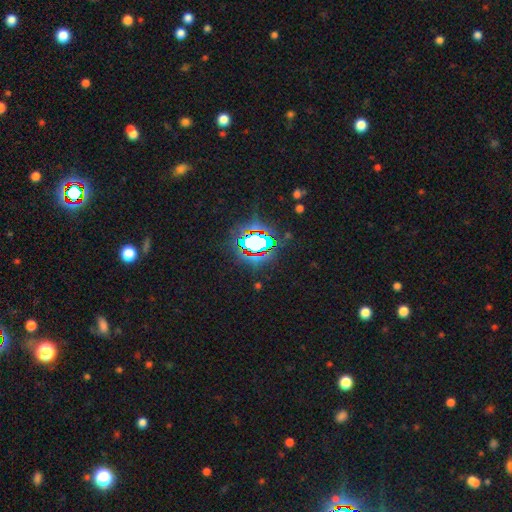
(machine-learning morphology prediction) The model was most divided on "smooth or featured": star or artifact: 82%, smooth: 11%, featured or disk: 7%.